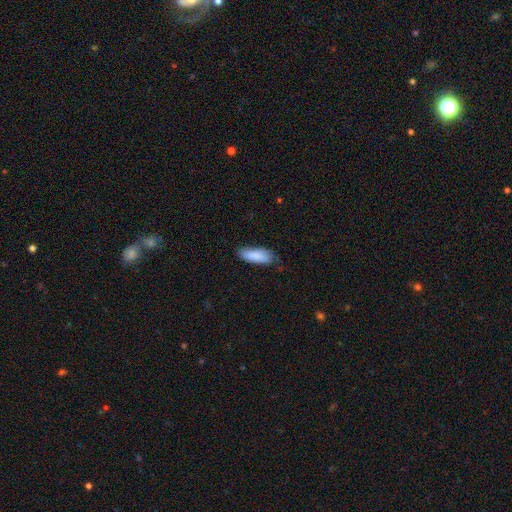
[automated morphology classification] The model was most divided on "how rounded": in between: 69%, cigar-shaped: 30%, round: 2%. More confident: smooth or featured — smooth (87%); merging — none (71%).